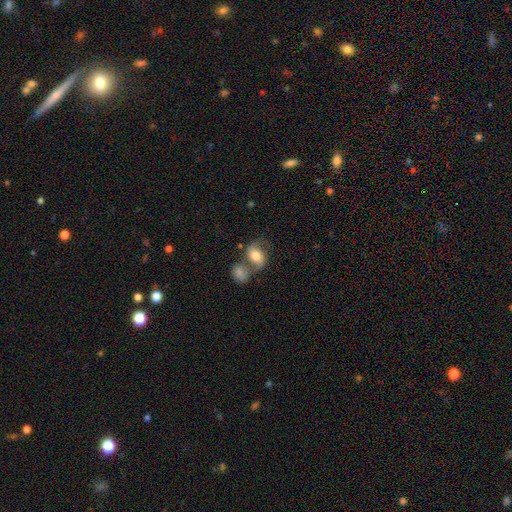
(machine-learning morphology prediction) smooth_or_featured: featured or disk (p=0.52) [alt: smooth p=0.40]
disk_edge_on: no (p=0.96) [alt: yes p=0.04]
merging: merger (p=0.42) [alt: none p=0.36]